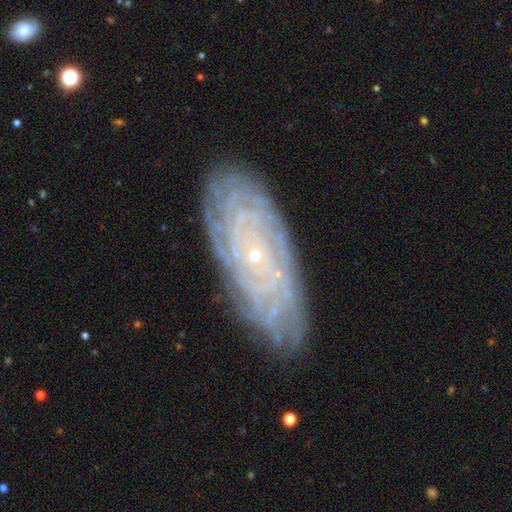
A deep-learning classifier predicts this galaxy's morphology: Smooth or featured: featured or disk — 82% (smooth — 10%)
Edge-on disk: no — 90% (yes — 10%)
Bar: no — 77% (weak — 17%)
Spiral arms: yes — 95% (no — 5%)
Spiral winding: tight — 84% (medium — 12%)
Spiral arm count: can't tell — 38% (more than 4 — 24%)
Bulge size: small — 88% (moderate — 9%)
Merging: none — 84% (minor disturbance — 12%)